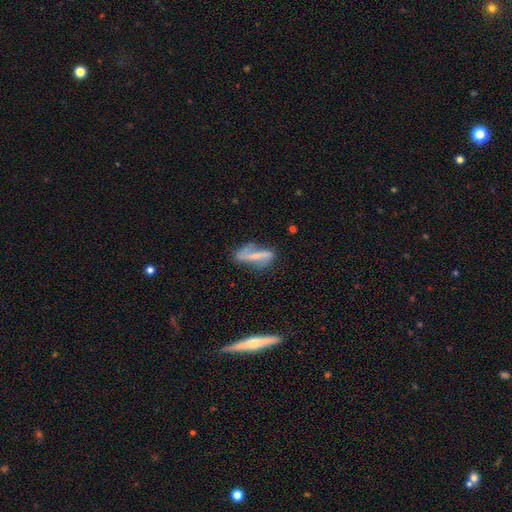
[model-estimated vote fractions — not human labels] Smooth or featured?
  - featured or disk: 65% *
  - smooth: 27%
  - star or artifact: 8%
Edge-on disk?
  - no: 84% *
  - yes: 16%
Bar?
  - strong: 50% *
  - weak: 27%
  - no: 23%
Spiral arms?
  - yes: 80% *
  - no: 20%
Bulge size?
  - small: 41% *
  - none: 40%
  - moderate: 15%
  - large: 3%
  - dominant: 2%
Merging?
  - none: 59% *
  - minor disturbance: 24%
  - major disturbance: 13%
  - merger: 4%